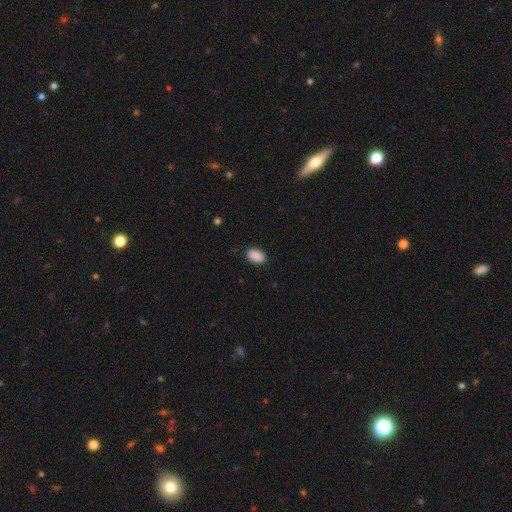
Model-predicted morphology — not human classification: type=smooth (90%); roundness=in between (91%); merging=none (88%).